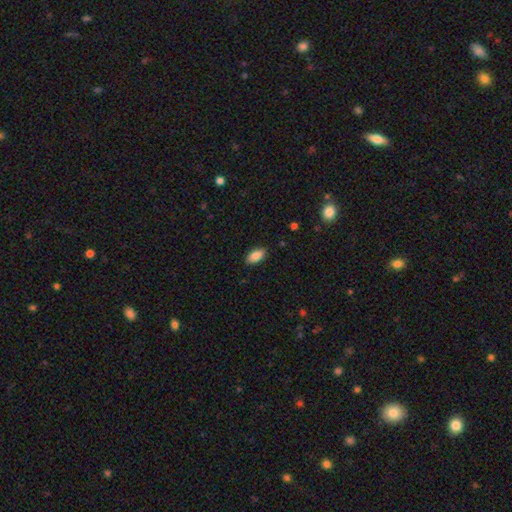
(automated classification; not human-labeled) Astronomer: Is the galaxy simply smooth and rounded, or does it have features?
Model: smooth — 86%.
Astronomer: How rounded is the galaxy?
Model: in between — 92%.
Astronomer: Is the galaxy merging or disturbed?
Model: none — 88%.